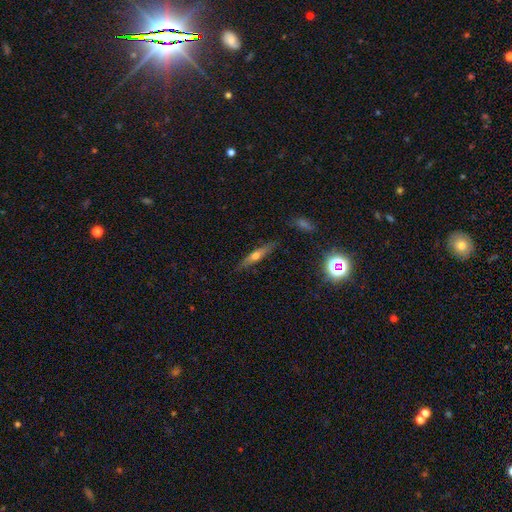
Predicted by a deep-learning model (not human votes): Overall: featured or disk (50%; smooth 41%). Edge-on disk: yes (88%). Merging: none (84%).